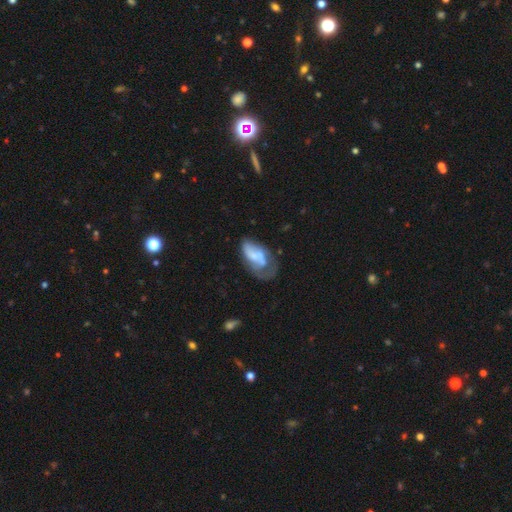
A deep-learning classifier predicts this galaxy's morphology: Smooth or featured: featured or disk — 46% (tied with smooth — 46%)
Merging: major disturbance — 40% (none — 26%)